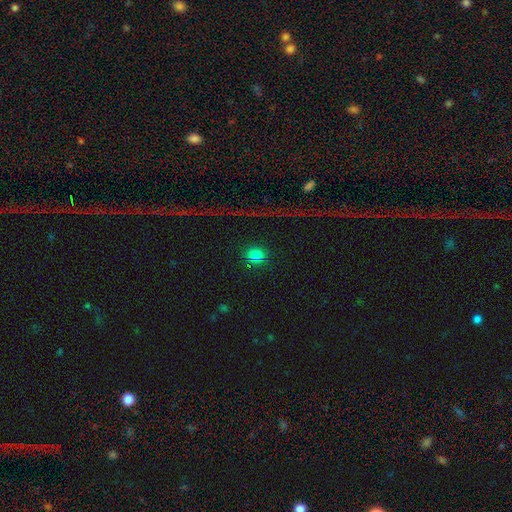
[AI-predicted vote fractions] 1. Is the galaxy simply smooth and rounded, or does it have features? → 69% smooth, 25% star or artifact, 6% featured or disk.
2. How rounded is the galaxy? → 78% round, 20% in between, 2% cigar-shaped.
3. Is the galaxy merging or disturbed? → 87% none, 8% minor disturbance, 3% major disturbance, 2% merger.